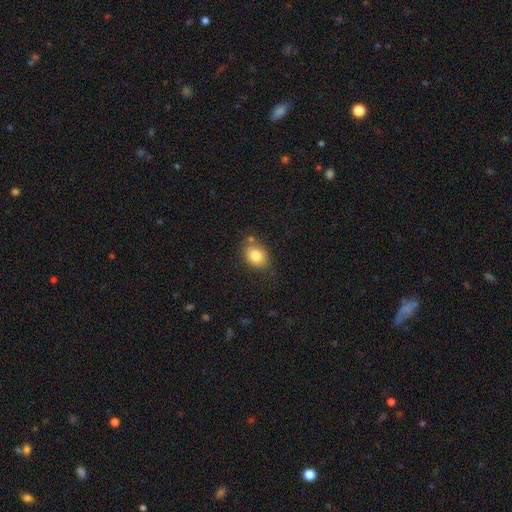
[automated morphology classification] The model was most divided on "how rounded": in between: 66%, round: 33%, cigar-shaped: 1%. More confident: smooth or featured — smooth (80%); merging — none (72%).